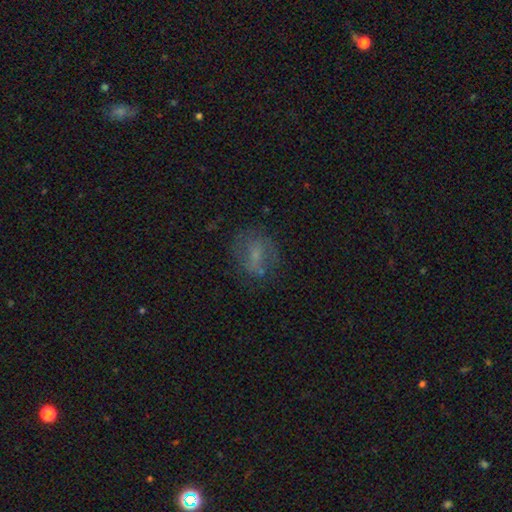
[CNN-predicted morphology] A smooth galaxy with no disk features (48%).

Vote fractions:
- Smooth or featured? smooth: 48% / featured or disk: 36% / star or artifact: 16%
- Merging? none: 66% / minor disturbance: 19% / major disturbance: 13% / merger: 3%